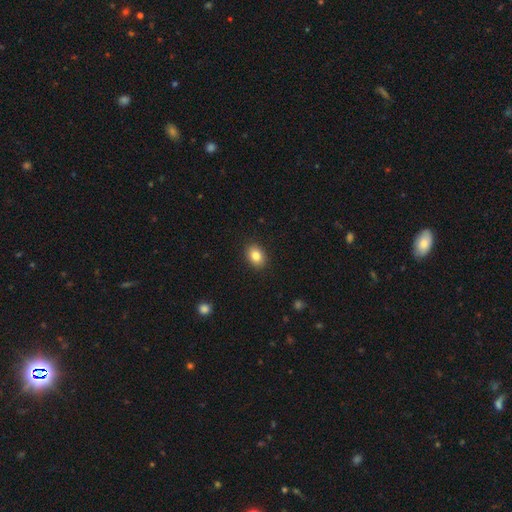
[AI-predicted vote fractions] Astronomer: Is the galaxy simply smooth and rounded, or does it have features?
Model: smooth — 84%.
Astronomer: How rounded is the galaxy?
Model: in between — 68%.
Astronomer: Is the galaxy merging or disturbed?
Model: none — 89%.